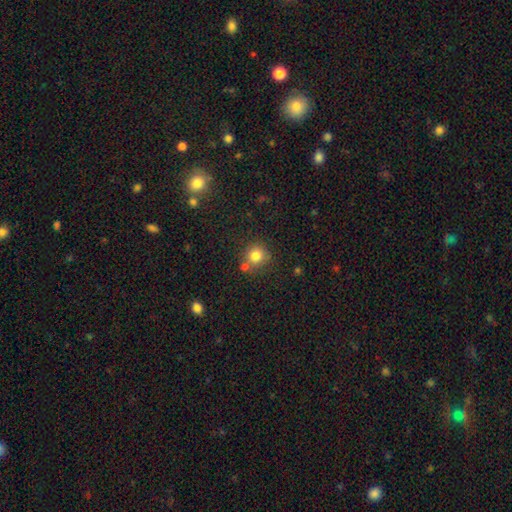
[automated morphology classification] This appears to be a smooth galaxy with no disk features (80%) that is round (90%). Merging: none (68%).